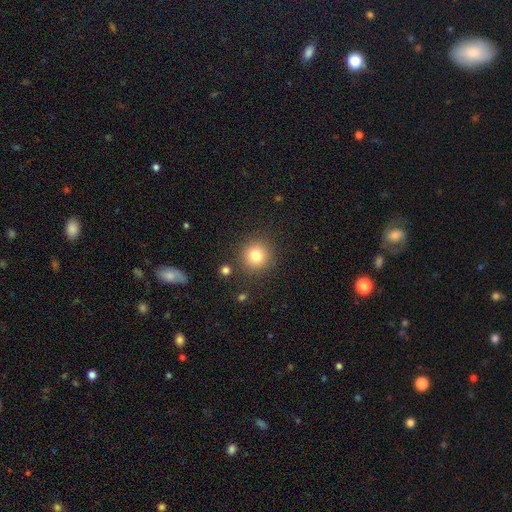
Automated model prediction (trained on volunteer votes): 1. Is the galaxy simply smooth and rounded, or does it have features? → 80% smooth, 12% star or artifact, 8% featured or disk.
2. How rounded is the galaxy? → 94% round, 6% in between, 1% cigar-shaped.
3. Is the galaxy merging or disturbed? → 87% none, 7% minor disturbance, 3% major disturbance, 3% merger.